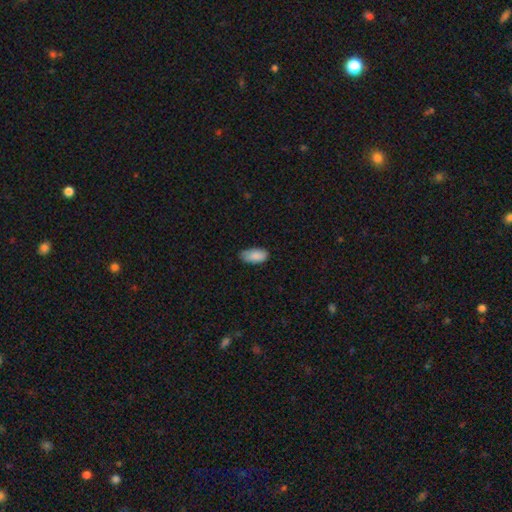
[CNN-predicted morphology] type=smooth (88%); roundness=in between (93%); merging=none (72%).